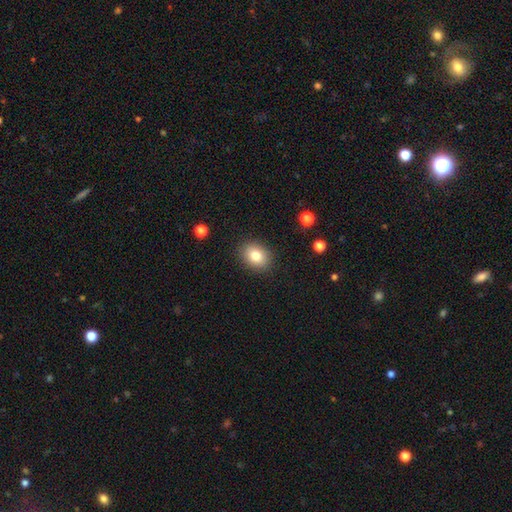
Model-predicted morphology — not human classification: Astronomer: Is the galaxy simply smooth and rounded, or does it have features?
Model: smooth — 80%.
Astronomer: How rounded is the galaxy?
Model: in between — 54% (runner-up: round, 46%).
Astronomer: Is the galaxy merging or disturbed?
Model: none — 88%.